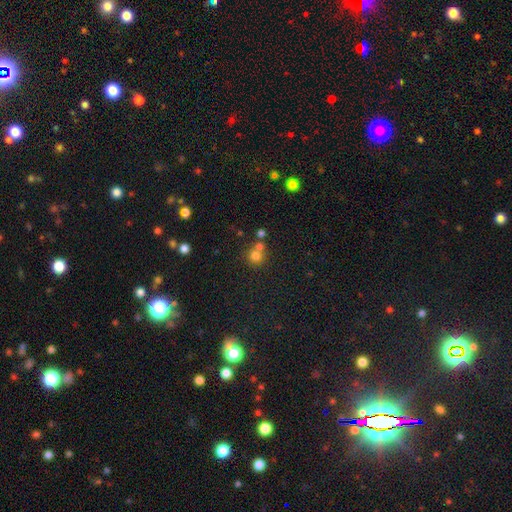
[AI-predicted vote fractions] Smooth or featured?
  - smooth: 74% *
  - star or artifact: 17%
  - featured or disk: 9%
How rounded?
  - round: 90% *
  - in between: 9%
  - cigar-shaped: 1%
Merging?
  - none: 57% *
  - merger: 33%
  - minor disturbance: 7%
  - major disturbance: 3%